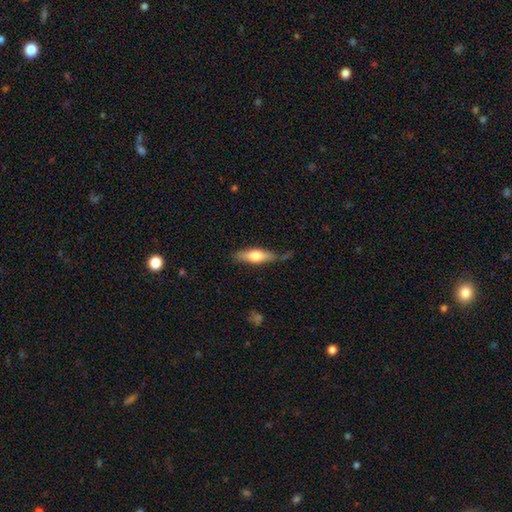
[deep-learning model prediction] smooth 58%, featured or disk 36%, star or artifact 5%. Down the decision tree: how rounded — cigar-shaped (56%); merging — none (68%).